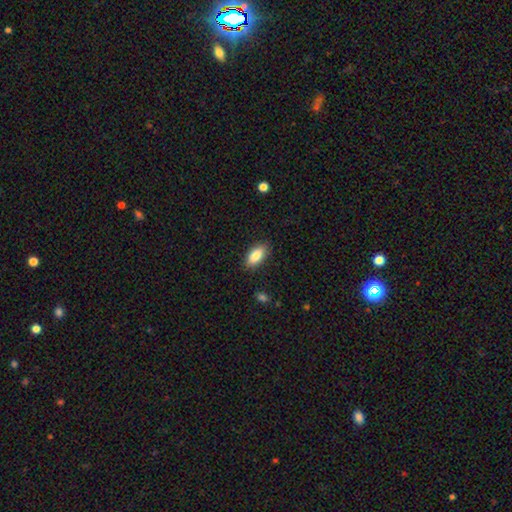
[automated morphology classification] smooth-or-featured: smooth: 86% | featured or disk: 7% | star or artifact: 7%
  how-rounded: in between: 89% | cigar-shaped: 9% | round: 3%
  merging: none: 87% | minor disturbance: 9% | major disturbance: 2% | merger: 1%